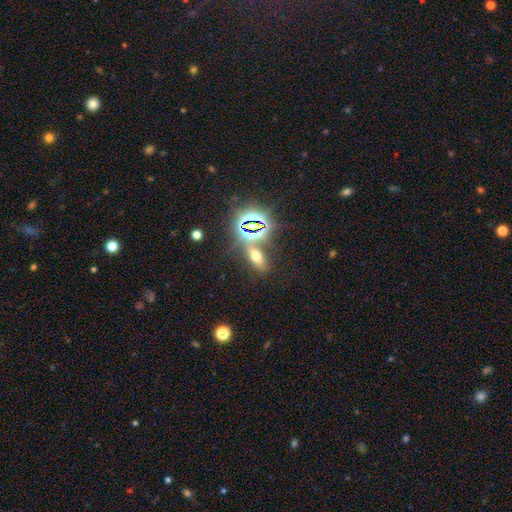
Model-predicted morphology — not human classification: The model was most divided on "smooth or featured": smooth: 47%, star or artifact: 40%, featured or disk: 13%. More confident: merging — none (72%).